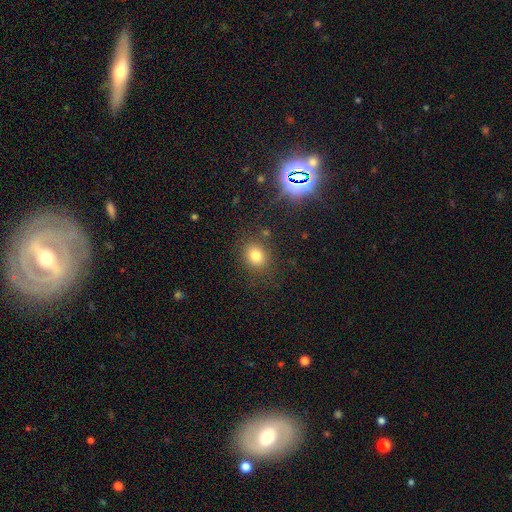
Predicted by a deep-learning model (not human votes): smooth-or-featured: smooth: 78% | star or artifact: 15% | featured or disk: 7%
  how-rounded: round: 68% | in between: 31% | cigar-shaped: 1%
  merging: none: 82% | minor disturbance: 10% | major disturbance: 4% | merger: 4%